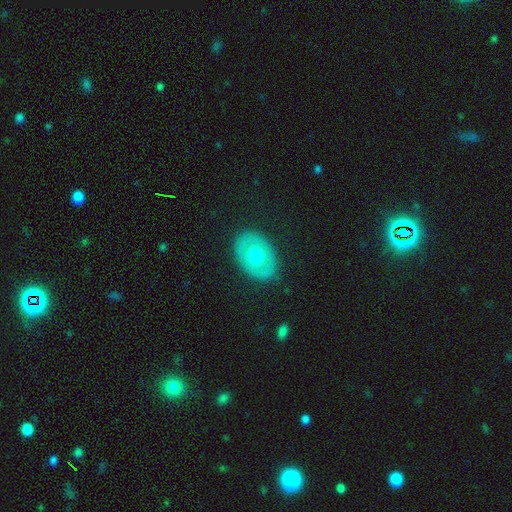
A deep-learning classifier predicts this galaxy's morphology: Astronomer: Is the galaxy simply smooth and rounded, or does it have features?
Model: smooth — 51% (runner-up: featured or disk, 42%).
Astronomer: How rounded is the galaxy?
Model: in between — 73%.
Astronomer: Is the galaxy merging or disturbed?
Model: none — 85%.